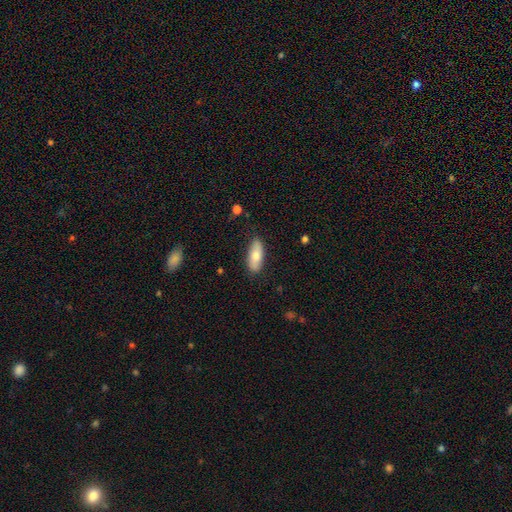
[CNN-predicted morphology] Overall: smooth (74%). How rounded: in between (80%). Merging: none (84%).